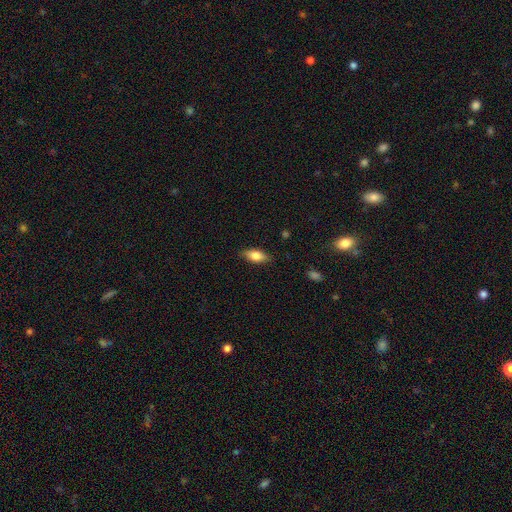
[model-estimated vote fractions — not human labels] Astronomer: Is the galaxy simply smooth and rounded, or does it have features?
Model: smooth — 77%.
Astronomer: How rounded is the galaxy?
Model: in between — 82%.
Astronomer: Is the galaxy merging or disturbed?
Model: none — 85%.